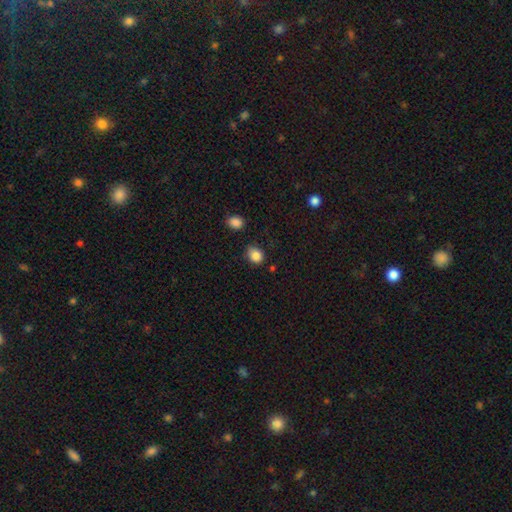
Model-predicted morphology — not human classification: Overall: smooth (85%). How rounded: round (52%; in between 47%). Merging: none (73%).